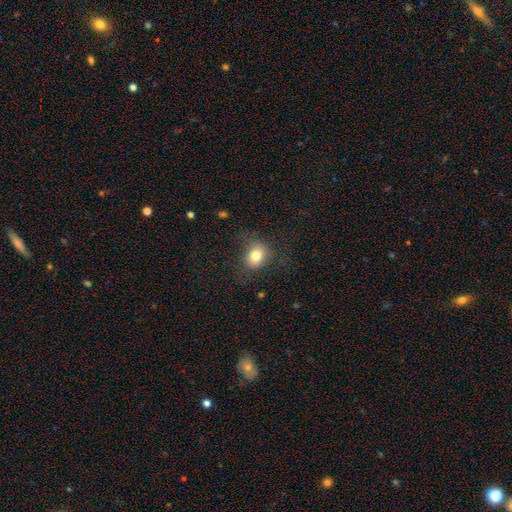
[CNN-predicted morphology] Smooth or featured? Predicted: smooth (p=0.78). How rounded? Predicted: round (p=0.64). Merging? Predicted: none (p=0.74).